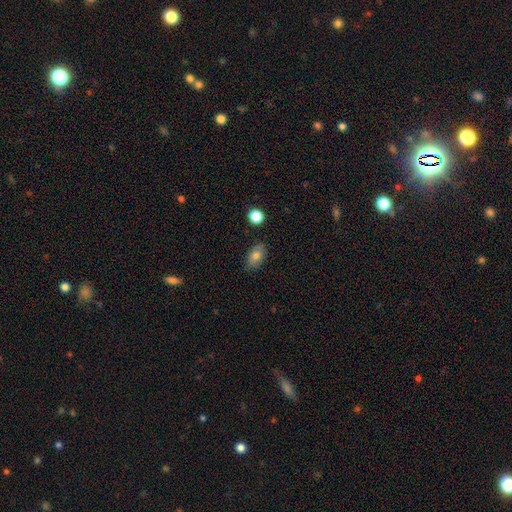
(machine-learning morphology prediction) The model was most divided on "smooth or featured": smooth: 78%, featured or disk: 14%, star or artifact: 8%. More confident: how rounded — in between (89%); merging — none (82%).